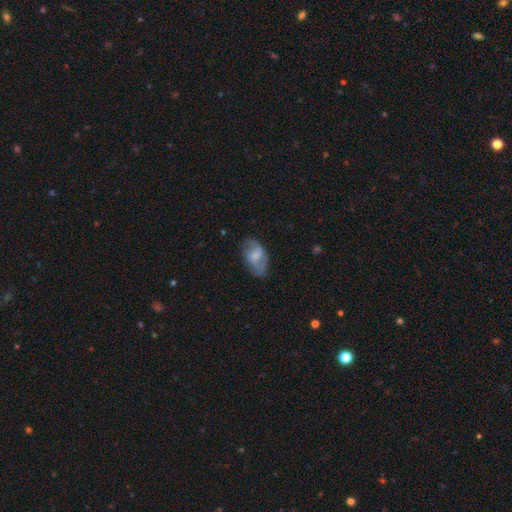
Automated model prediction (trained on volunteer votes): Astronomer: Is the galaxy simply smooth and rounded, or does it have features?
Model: featured or disk — 48% (runner-up: smooth, 46%).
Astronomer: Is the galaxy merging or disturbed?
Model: none — 66%.